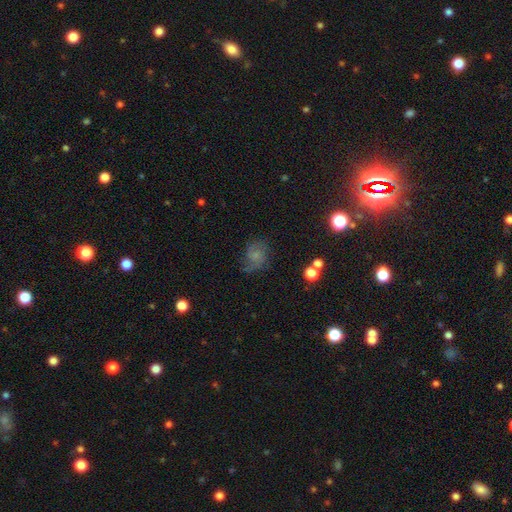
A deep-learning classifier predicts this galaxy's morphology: Overall: smooth (43%, tied with featured or disk). Merging: none (55%; minor disturbance 25%).